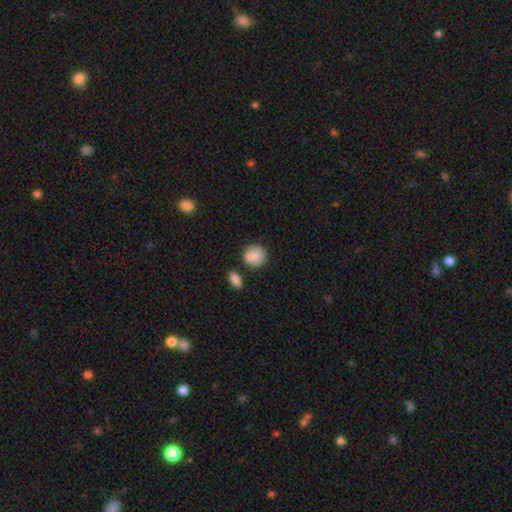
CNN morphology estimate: smooth-or-featured: smooth: 84% | featured or disk: 9% | star or artifact: 7%
  how-rounded: round: 80% | in between: 18% | cigar-shaped: 1%
  merging: none: 67% | merger: 15% | minor disturbance: 15% | major disturbance: 4%